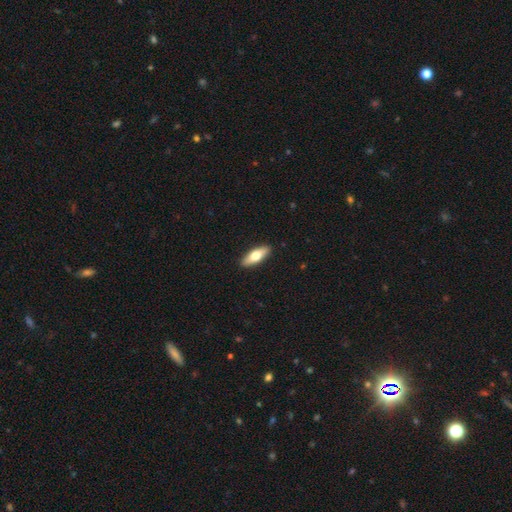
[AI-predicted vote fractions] Overall: smooth (63%; featured or disk 32%). How rounded: in between (60%; cigar-shaped 38%). Merging: none (91%).